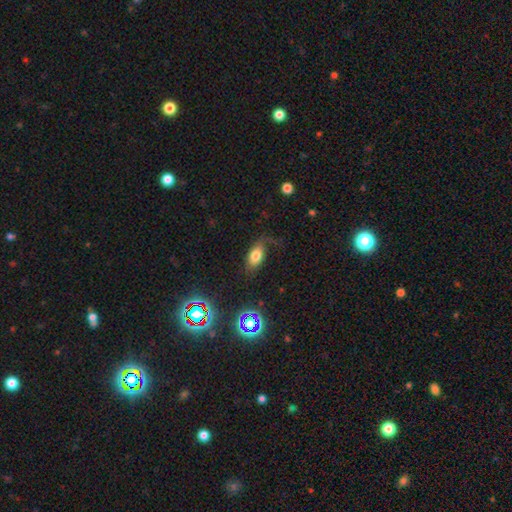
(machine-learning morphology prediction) This appears to be a smooth galaxy with no disk features (68%) that is in between round and cigar-shaped (88%). Merging: none (56%).